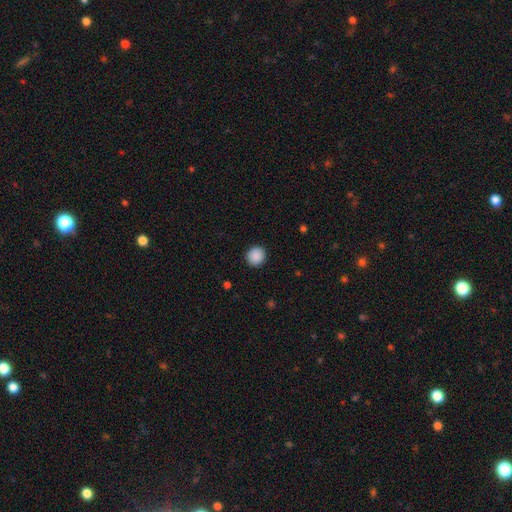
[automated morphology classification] A smooth galaxy with no disk features (89%) that is round (91%). Merging: none (92%).